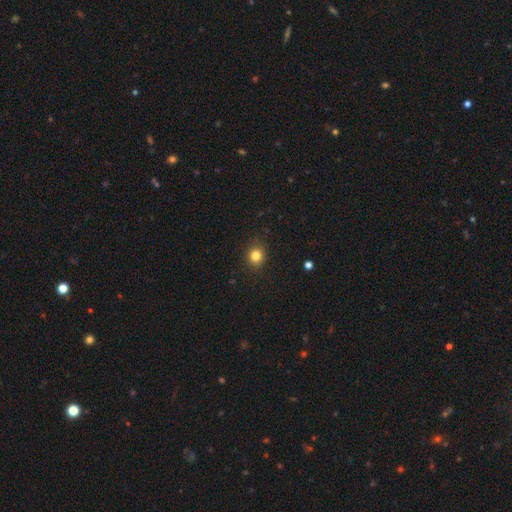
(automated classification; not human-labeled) smooth-or-featured: smooth: 82% | star or artifact: 12% | featured or disk: 5%
  how-rounded: round: 82% | in between: 17% | cigar-shaped: 1%
  merging: none: 88% | minor disturbance: 9% | major disturbance: 2% | merger: 1%